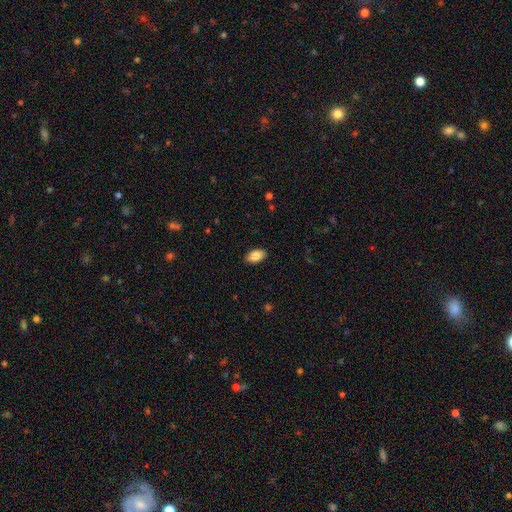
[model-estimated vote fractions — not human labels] Smooth or featured: smooth — 87% (star or artifact — 7%)
How rounded: in between — 94% (round — 4%)
Merging: none — 88% (minor disturbance — 9%)